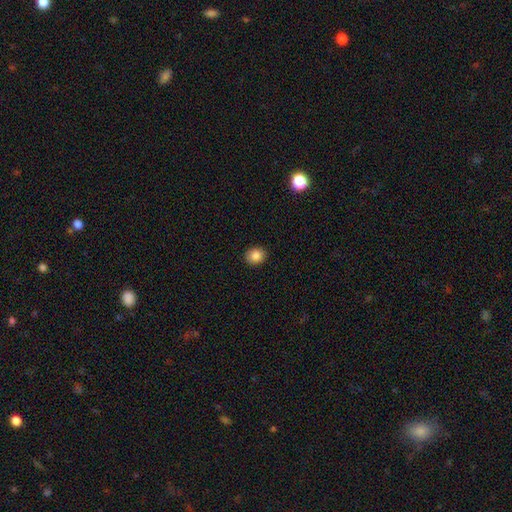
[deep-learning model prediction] smooth_or_featured: smooth (p=0.85) [alt: star or artifact p=0.09]
how_rounded: round (p=0.68) [alt: in between p=0.31]
merging: none (p=0.91) [alt: minor disturbance p=0.06]